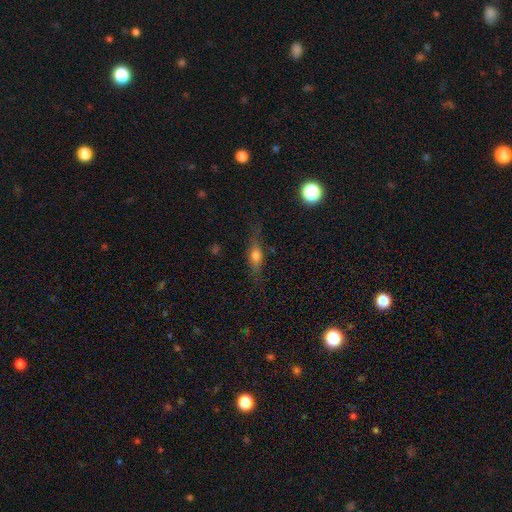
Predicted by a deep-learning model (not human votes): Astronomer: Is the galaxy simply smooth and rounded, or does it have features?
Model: smooth — 58%.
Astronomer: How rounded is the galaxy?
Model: in between — 52% (runner-up: cigar-shaped, 42%).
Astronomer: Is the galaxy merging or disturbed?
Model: none — 71%.